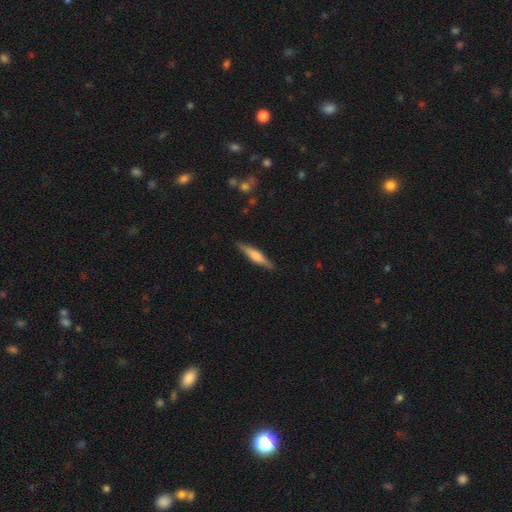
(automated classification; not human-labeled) This is possibly a smooth galaxy (50%). Merging: clearly none (87%).